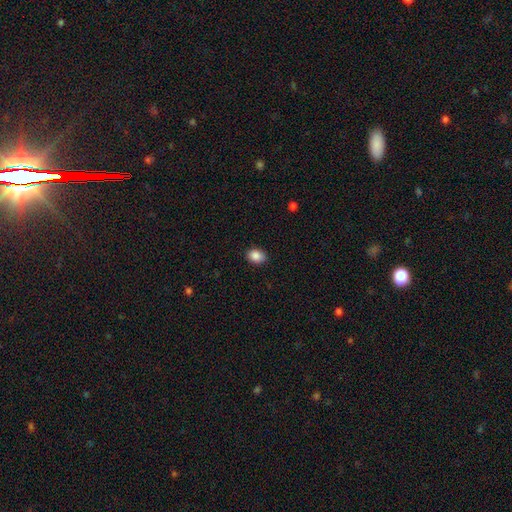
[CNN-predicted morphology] Smooth or featured: smooth — 89% (star or artifact — 8%)
How rounded: in between — 71% (round — 28%)
Merging: none — 88% (minor disturbance — 9%)